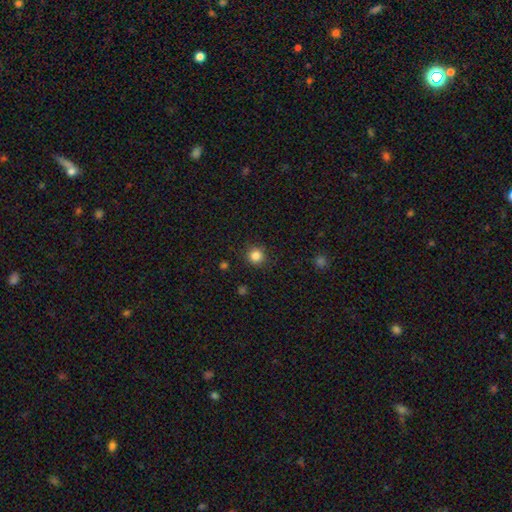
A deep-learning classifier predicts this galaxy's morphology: type=smooth (84%); roundness=round (93%); merging=none (89%).